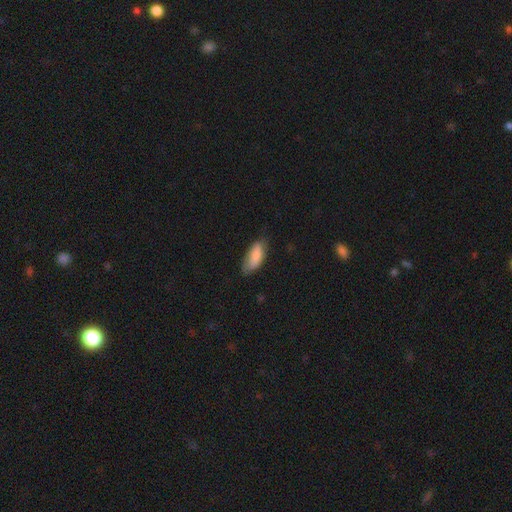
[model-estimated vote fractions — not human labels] Overall: smooth (83%). How rounded: in between (82%). Merging: none (60%; minor disturbance 32%).